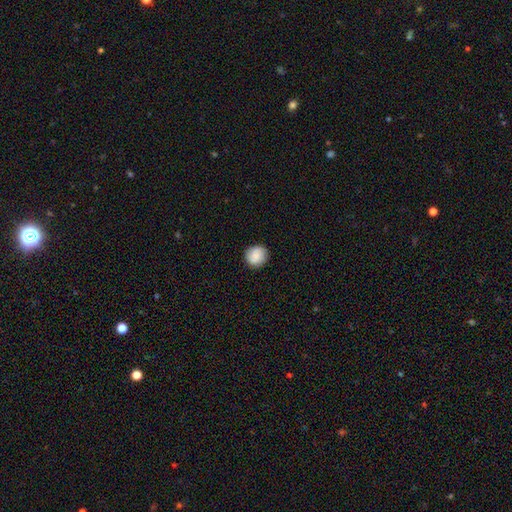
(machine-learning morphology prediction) smooth 86%, star or artifact 7%, featured or disk 6%. Down the decision tree: how rounded — round (90%); merging — none (89%).